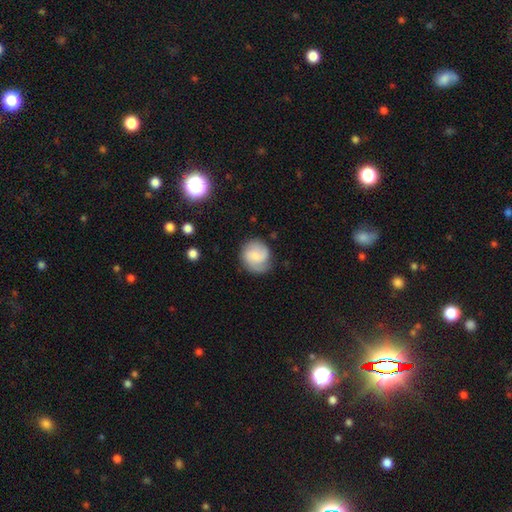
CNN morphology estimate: Smooth or featured?
  - featured or disk: 49% *
  - smooth: 44%
  - star or artifact: 7%
Merging?
  - none: 70% *
  - minor disturbance: 21%
  - major disturbance: 7%
  - merger: 2%